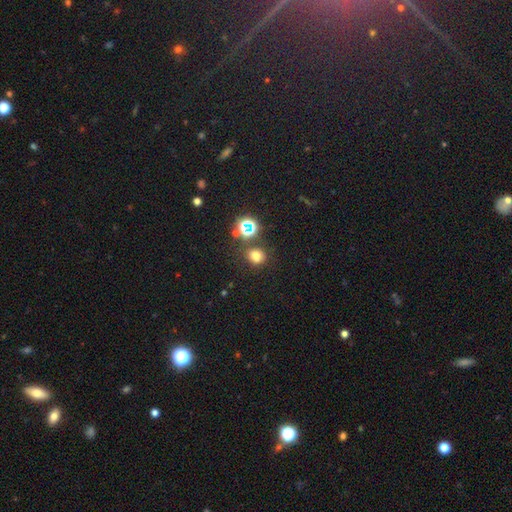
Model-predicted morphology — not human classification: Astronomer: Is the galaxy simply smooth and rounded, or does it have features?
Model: smooth — 67%.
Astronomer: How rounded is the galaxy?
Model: round — 66%.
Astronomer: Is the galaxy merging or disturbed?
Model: none — 72%.